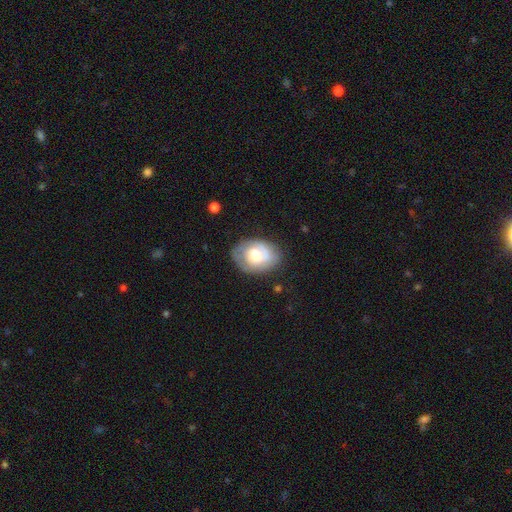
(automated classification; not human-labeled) The model was most divided on "smooth or featured": featured or disk: 56%, smooth: 38%, star or artifact: 7%. More confident: edge-on disk — no (96%); spiral arms — yes (70%); bar — no (70%); merging — none (66%); bulge size — moderate (51%).